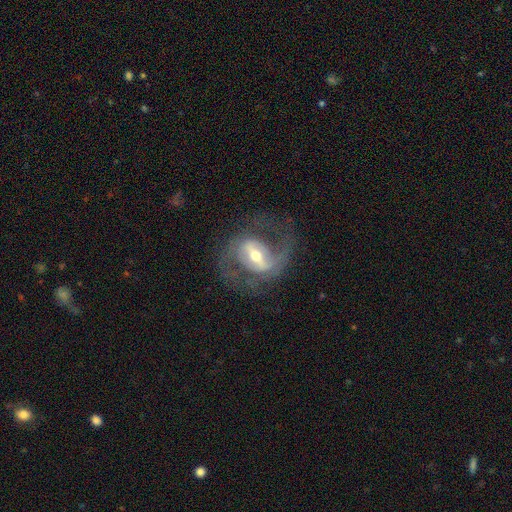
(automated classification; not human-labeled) This is clearly a featured or disk galaxy (85%). It is clearly not viewed edge-on (95%). Bar: possibly strong (55%). Spiral arm pattern: clearly yes (89%). Spiral arm count: clearly 2 (84%). Spiral winding: possibly medium (53%). Central bulge: likely moderate (65%). Merging: likely none (66%).